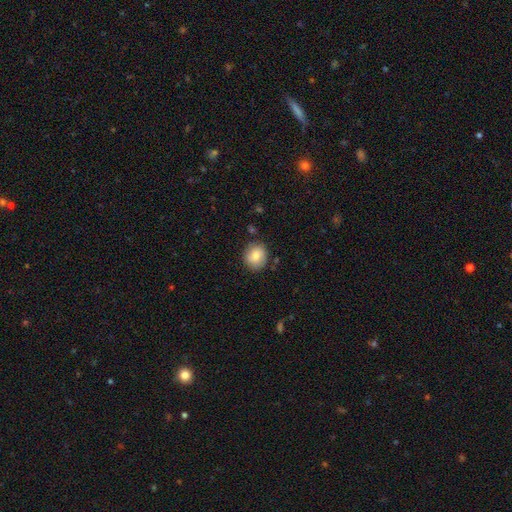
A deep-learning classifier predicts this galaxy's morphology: smooth_or_featured: smooth (p=0.83) [alt: featured or disk p=0.09]
how_rounded: round (p=0.76) [alt: in between p=0.23]
merging: none (p=0.82) [alt: minor disturbance p=0.13]